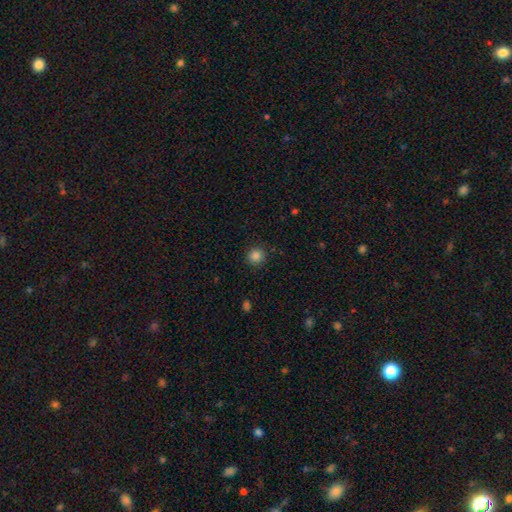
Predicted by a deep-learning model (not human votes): The model was most divided on "smooth or featured": smooth: 84%, star or artifact: 12%, featured or disk: 4%. More confident: how rounded — round (92%); merging — none (89%).